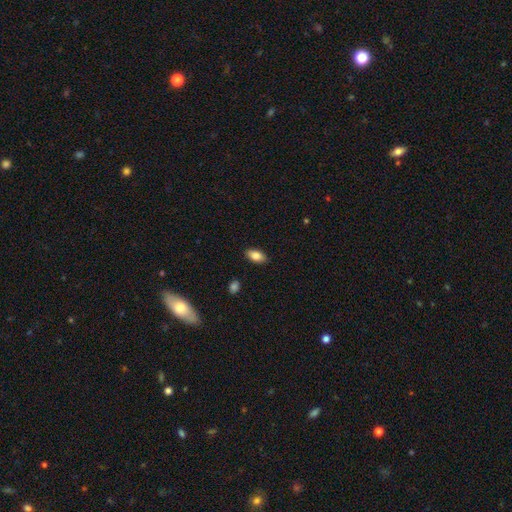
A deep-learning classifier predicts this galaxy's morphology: Smooth or featured: smooth — 84% (featured or disk — 8%)
How rounded: in between — 92% (round — 4%)
Merging: none — 88% (minor disturbance — 9%)